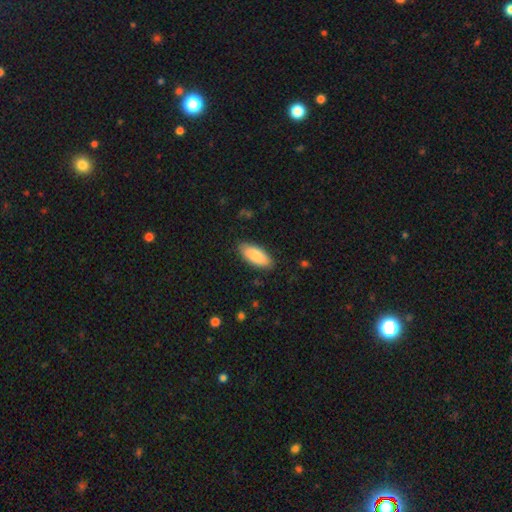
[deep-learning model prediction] smooth 84%, featured or disk 10%, star or artifact 5%. Down the decision tree: how rounded — in between (85%); merging — none (87%).